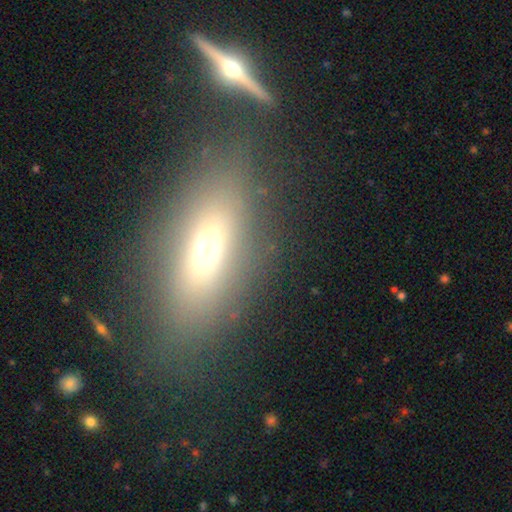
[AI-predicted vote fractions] Smooth or featured?
  - smooth: 55% *
  - featured or disk: 26%
  - star or artifact: 19%
How rounded?
  - in between: 73% *
  - cigar-shaped: 18%
  - round: 9%
Merging?
  - none: 75% *
  - minor disturbance: 11%
  - merger: 8%
  - major disturbance: 7%